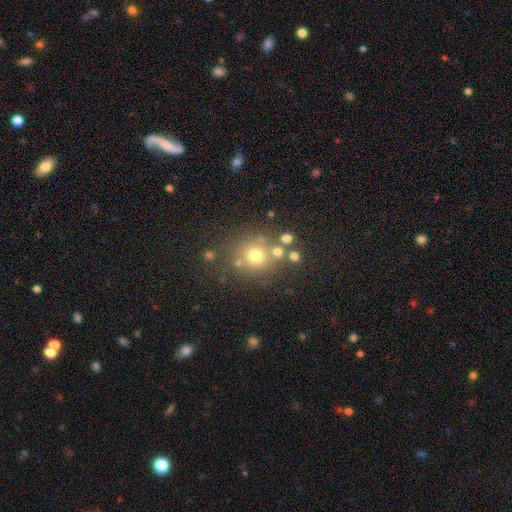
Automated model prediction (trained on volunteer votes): Q: Smooth or featured?
A: smooth (67%); runner-up: star or artifact (20%)
Q: How rounded?
A: round (89%); runner-up: in between (11%)
Q: Merging?
A: none (73%); runner-up: merger (11%)